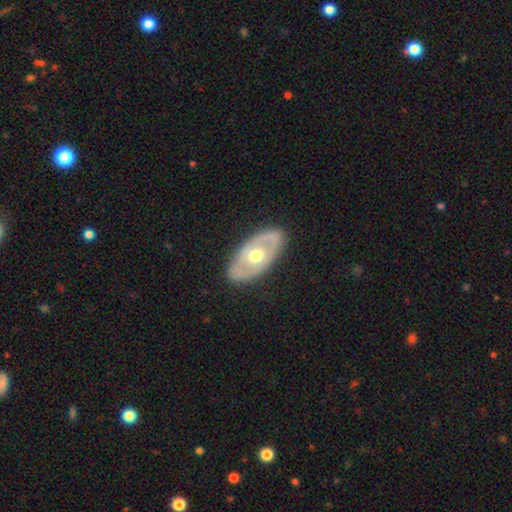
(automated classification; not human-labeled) Smooth or featured?
  - featured or disk: 62% *
  - smooth: 34%
  - star or artifact: 4%
Edge-on disk?
  - no: 85% *
  - yes: 15%
Bar?
  - no: 89% *
  - weak: 8%
  - strong: 3%
Spiral arms?
  - no: 84% *
  - yes: 16%
Bulge size?
  - moderate: 75% *
  - large: 18%
  - small: 6%
  - dominant: 1%
  - none: 1%
Merging?
  - none: 84% *
  - minor disturbance: 12%
  - major disturbance: 3%
  - merger: 1%